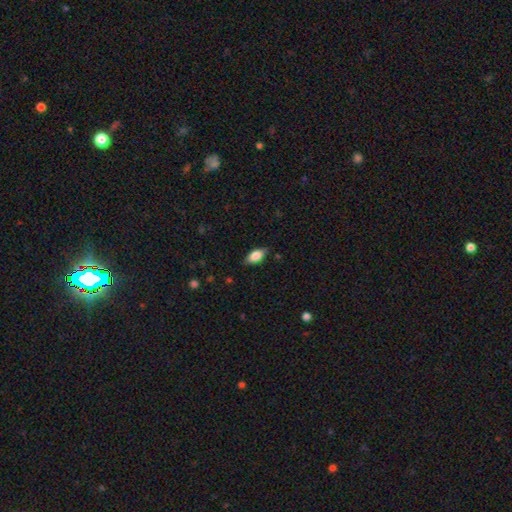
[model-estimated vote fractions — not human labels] Smooth or featured? smooth (76%)
How rounded? in between (87%)
Merging? none (82%)